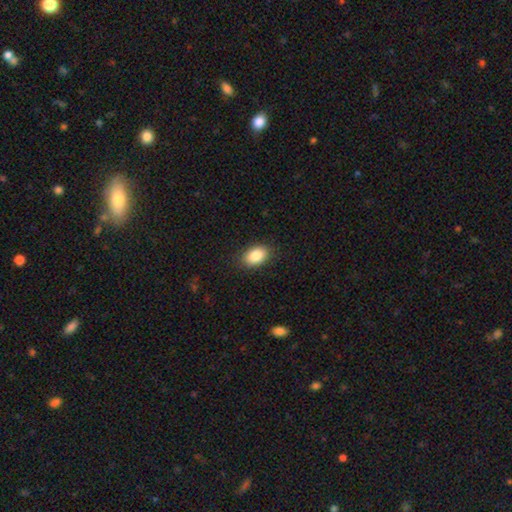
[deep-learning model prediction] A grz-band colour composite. It shows a smooth galaxy with no disk features (86%) that is in between round and cigar-shaped (86%). Merging: none (87%).